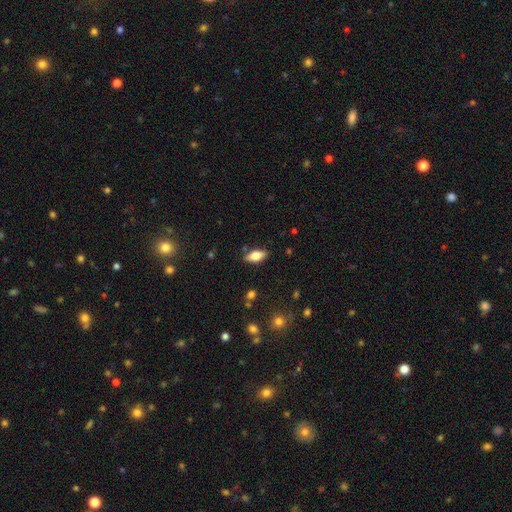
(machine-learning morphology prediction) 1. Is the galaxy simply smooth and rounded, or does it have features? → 69% smooth, 24% featured or disk, 7% star or artifact.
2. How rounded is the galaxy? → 85% in between, 12% cigar-shaped, 3% round.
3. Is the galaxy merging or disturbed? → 85% none, 11% minor disturbance, 2% major disturbance, 2% merger.